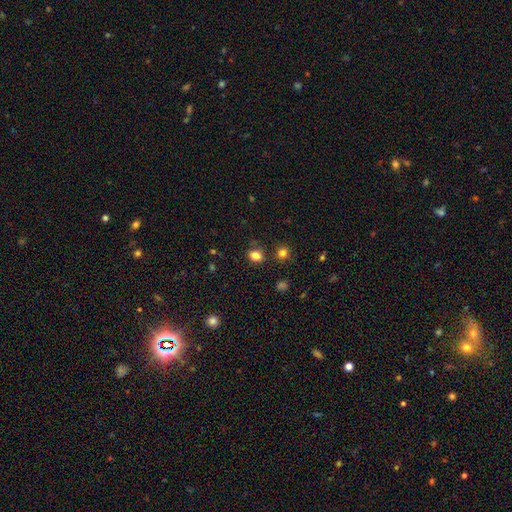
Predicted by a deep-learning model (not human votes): smooth 81%, star or artifact 14%, featured or disk 5%. Down the decision tree: how rounded — round (50%); merging — none (80%).